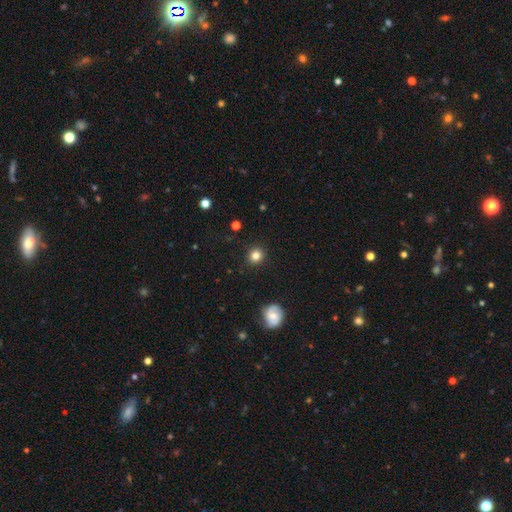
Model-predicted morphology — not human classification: smooth_or_featured: smooth (p=0.83) [alt: star or artifact p=0.11]
how_rounded: round (p=0.89) [alt: in between p=0.10]
merging: none (p=0.90) [alt: minor disturbance p=0.06]